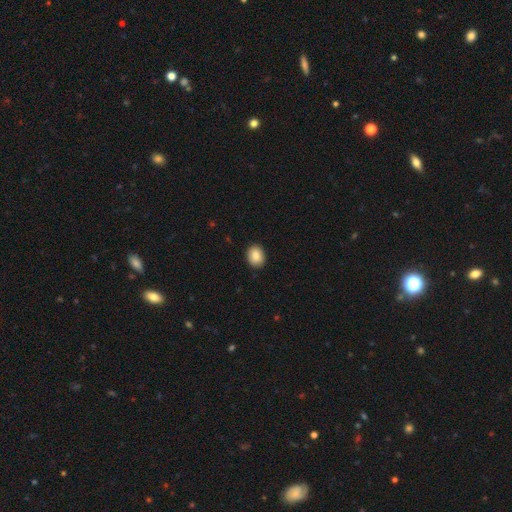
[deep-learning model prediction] This appears to be a smooth galaxy with no disk features (85%) that is round (51%). Merging: none (90%).